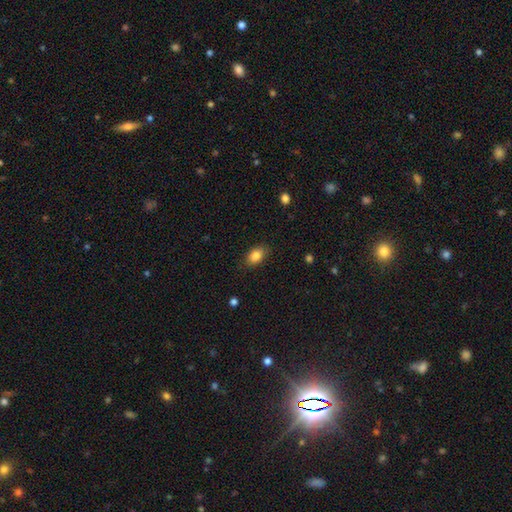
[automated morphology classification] Q: Smooth or featured?
A: smooth (85%); runner-up: star or artifact (8%)
Q: How rounded?
A: in between (87%); runner-up: round (11%)
Q: Merging?
A: none (85%); runner-up: minor disturbance (11%)